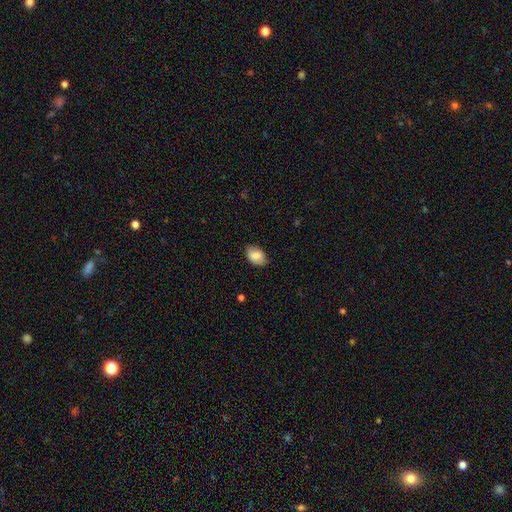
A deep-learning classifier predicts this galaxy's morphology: Smooth or featured? smooth (84%)
How rounded? in between (86%)
Merging? none (77%)